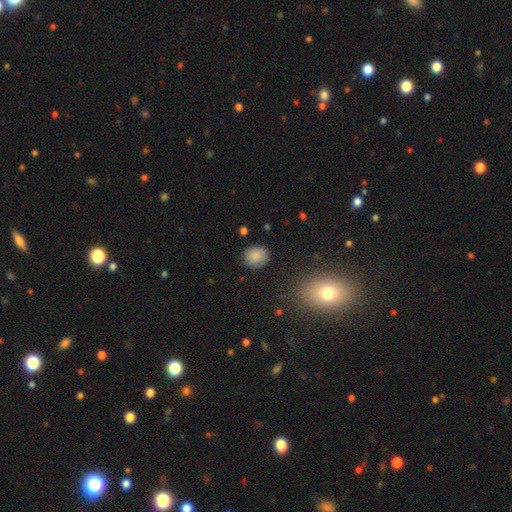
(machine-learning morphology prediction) Smooth or featured? Predicted: smooth (p=0.86). How rounded? Predicted: round (p=0.65). Merging? Predicted: none (p=0.86).